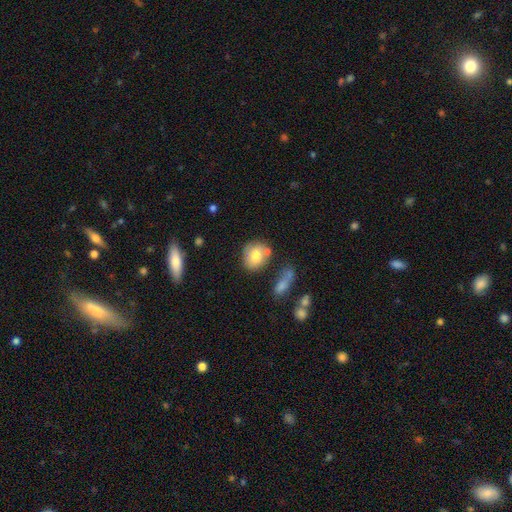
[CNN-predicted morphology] Smooth or featured? smooth (73%)
How rounded? round (67%)
Merging? none (61%)